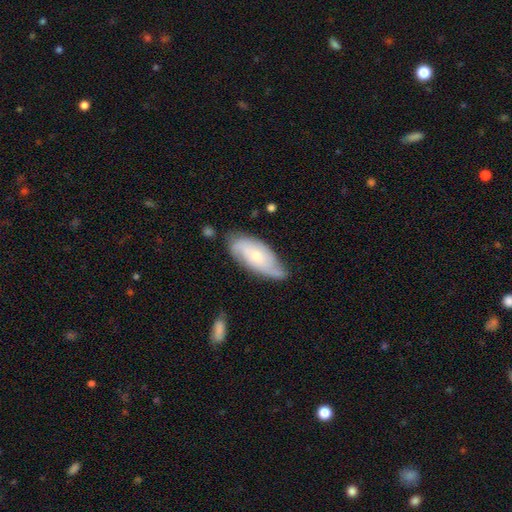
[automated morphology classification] This is likely a featured or disk galaxy (61%). It is clearly not viewed edge-on (89%). Bar: likely no (70%). Spiral arm pattern: clearly yes (87%). Central bulge: possibly small (50%). Merging: likely none (65%).